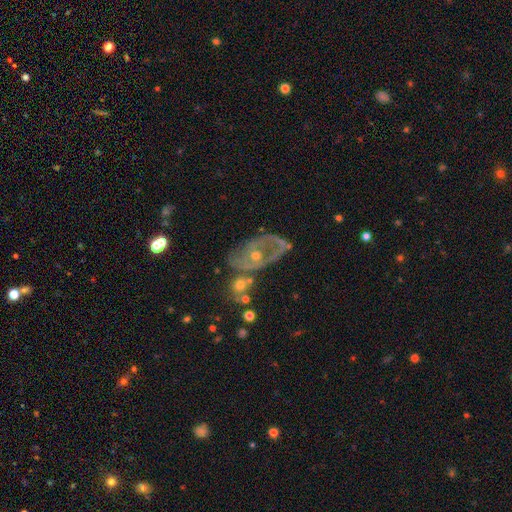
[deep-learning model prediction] This appears to be a featured or disk galaxy (74%) with no bar (78%), no spiral arms (50%, tied with yes) and a moderate central bulge (51%). Merging: none (45%).